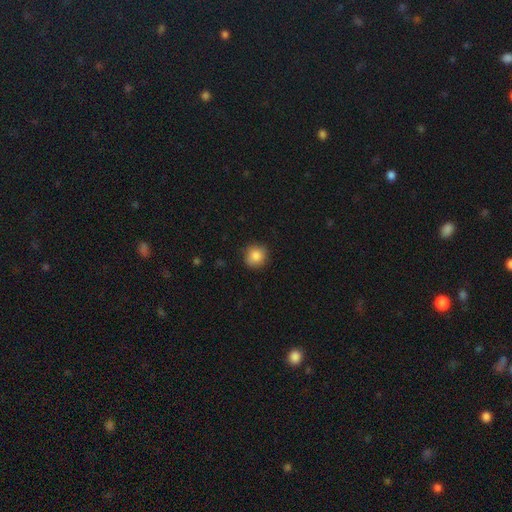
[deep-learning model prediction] A smooth galaxy with no disk features (86%) that is round (91%). Merging: none (85%).